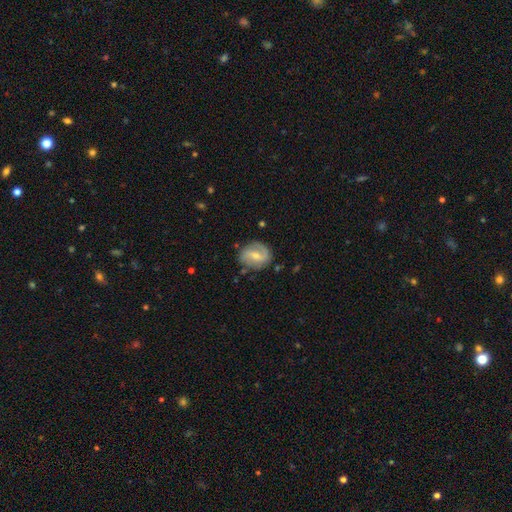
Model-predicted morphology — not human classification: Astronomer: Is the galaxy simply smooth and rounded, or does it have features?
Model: featured or disk — 71%.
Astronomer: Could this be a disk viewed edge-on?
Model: no — 97%.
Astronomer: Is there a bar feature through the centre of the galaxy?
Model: weak — 49% (runner-up: no, 26%).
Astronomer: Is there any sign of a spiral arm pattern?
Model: yes — 89%.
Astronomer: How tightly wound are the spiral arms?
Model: medium — 42% (runner-up: loose, 38%).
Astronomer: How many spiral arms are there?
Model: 2 — 83%.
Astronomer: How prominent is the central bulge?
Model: small — 54% (runner-up: moderate, 41%).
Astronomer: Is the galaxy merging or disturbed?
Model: none — 76%.